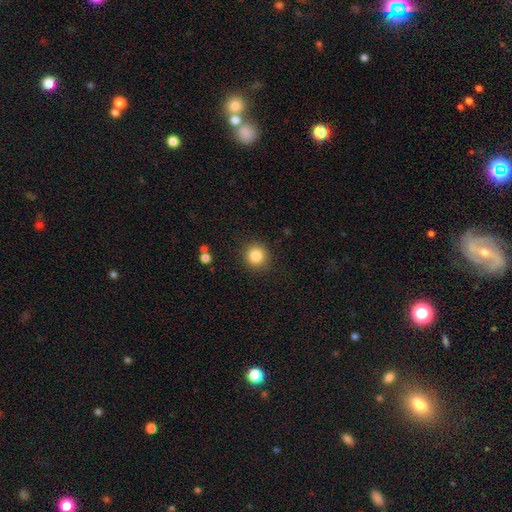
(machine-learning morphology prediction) A smooth galaxy with no disk features (84%) that is round (93%). Merging: none (90%).